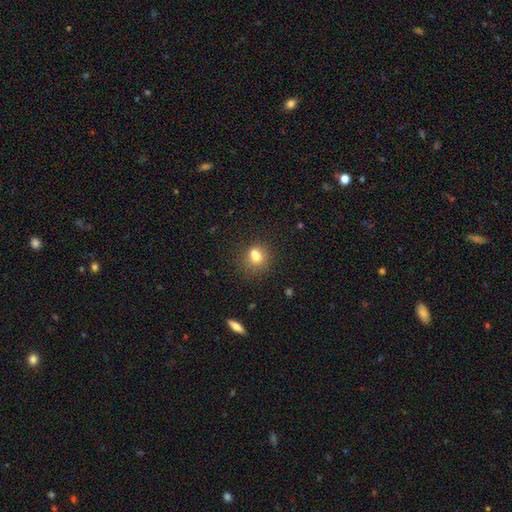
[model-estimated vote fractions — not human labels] The model was most divided on "merging": none: 51%, merger: 27%, minor disturbance: 16%, major disturbance: 6%. More confident: smooth or featured — smooth (72%); how rounded — round (62%).